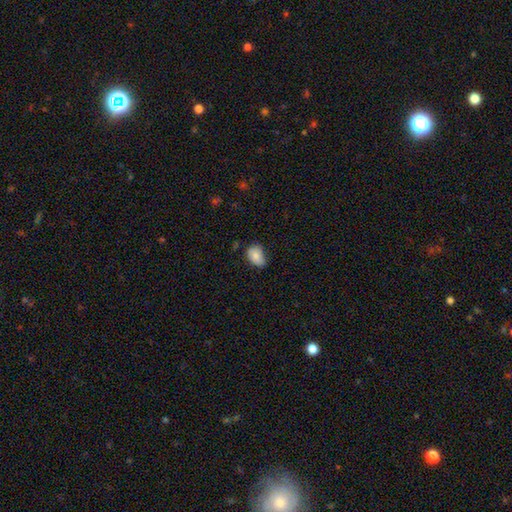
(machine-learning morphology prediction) Smooth or featured: smooth — 80% (featured or disk — 11%)
How rounded: in between — 78% (round — 21%)
Merging: none — 51% (minor disturbance — 40%)